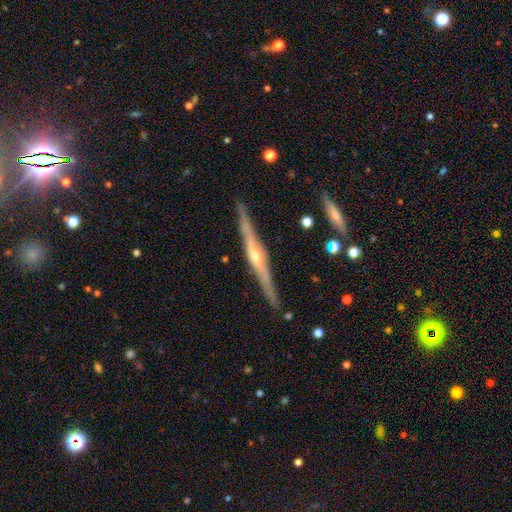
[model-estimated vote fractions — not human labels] A featured or disk galaxy (84%) viewed edge-on (98%) with a rounded central bulge (79%). Merging: none (88%).